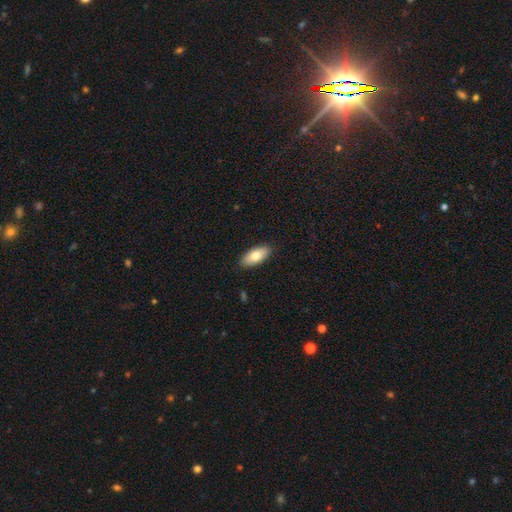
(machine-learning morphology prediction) Smooth or featured? Predicted: smooth (p=0.76). How rounded? Predicted: in between (p=0.85). Merging? Predicted: none (p=0.89).